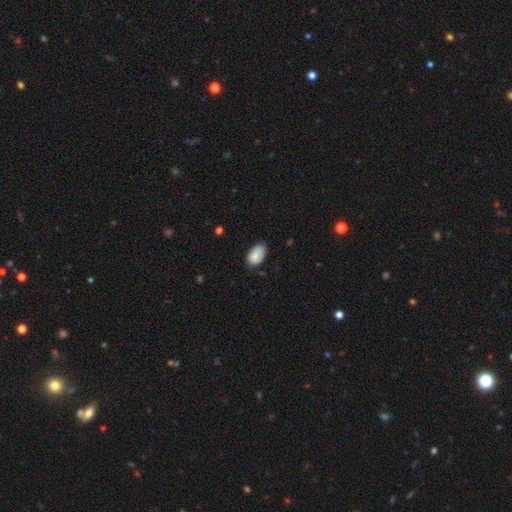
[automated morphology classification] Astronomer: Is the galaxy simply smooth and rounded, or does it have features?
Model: smooth — 79%.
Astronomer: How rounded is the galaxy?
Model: in between — 91%.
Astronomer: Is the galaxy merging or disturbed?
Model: none — 57% (runner-up: minor disturbance, 34%).